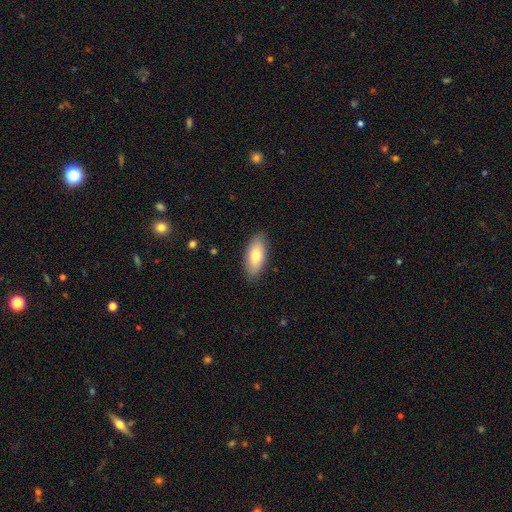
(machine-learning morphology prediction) Smooth or featured: smooth — 75% (featured or disk — 19%)
How rounded: in between — 85% (cigar-shaped — 12%)
Merging: none — 87% (minor disturbance — 10%)